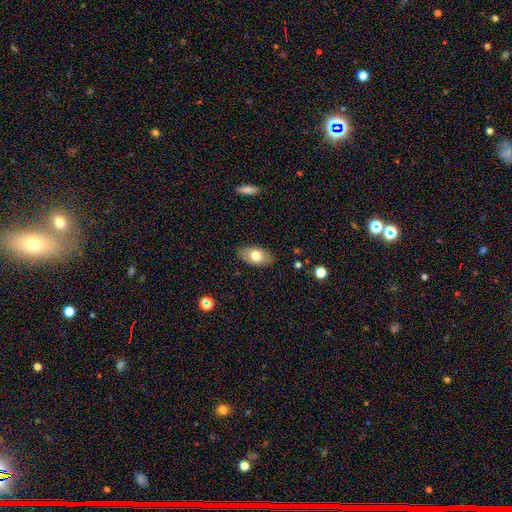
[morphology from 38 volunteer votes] type=smooth (87%); roundness=in between (97%); merging=none (92%).